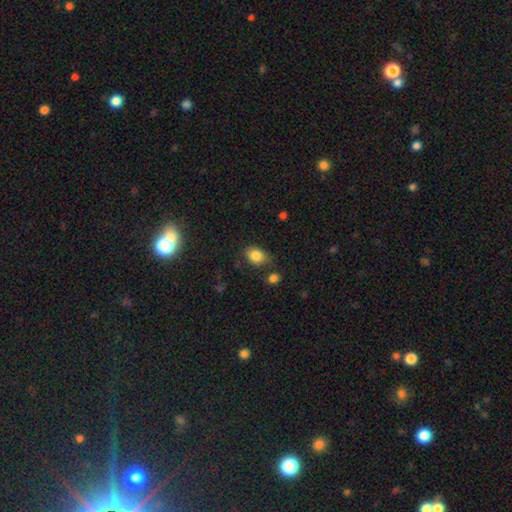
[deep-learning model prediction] A smooth galaxy with no disk features (84%) that is in between round and cigar-shaped (67%). Merging: none (72%).